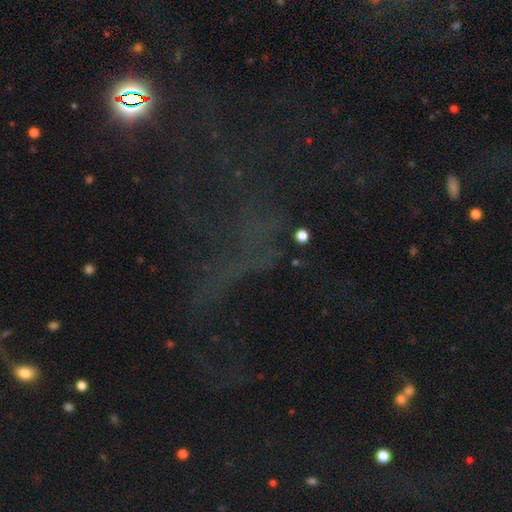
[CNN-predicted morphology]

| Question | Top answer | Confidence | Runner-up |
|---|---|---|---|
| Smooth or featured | star or artifact | 58% | featured or disk (21%) |